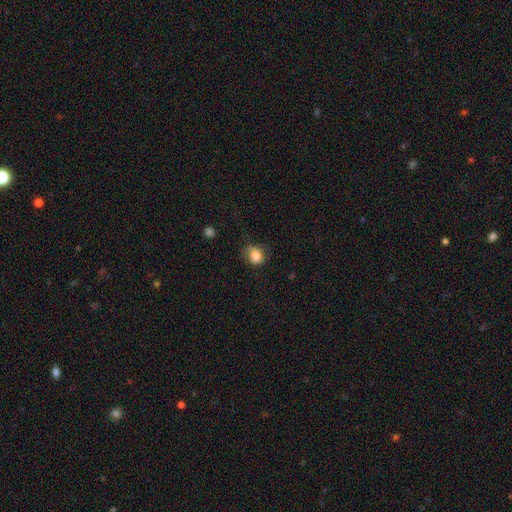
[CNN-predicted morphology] This is clearly a smooth galaxy (84%). How rounded: likely round (65%). Merging: possibly none (60%).